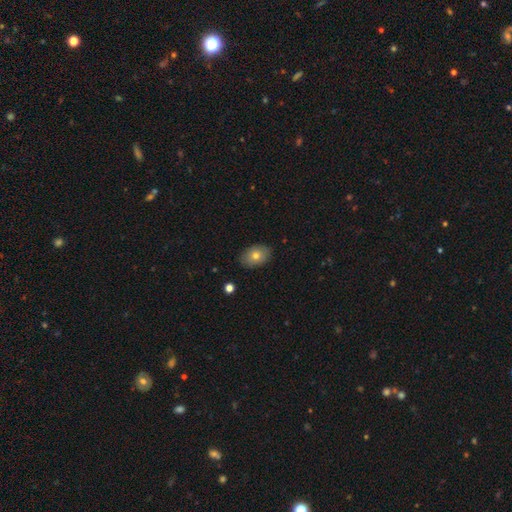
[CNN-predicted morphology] Smooth or featured?
  - smooth: 74% *
  - featured or disk: 18%
  - star or artifact: 8%
How rounded?
  - in between: 85% *
  - round: 14%
  - cigar-shaped: 1%
Merging?
  - none: 86% *
  - minor disturbance: 11%
  - major disturbance: 2%
  - merger: 1%